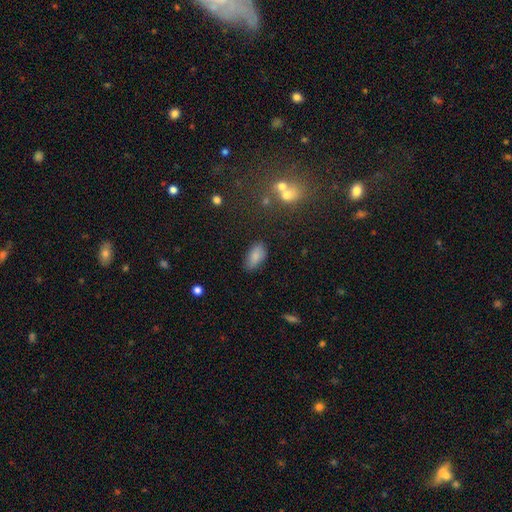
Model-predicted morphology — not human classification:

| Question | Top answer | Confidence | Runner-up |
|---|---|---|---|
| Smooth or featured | smooth | 82% | star or artifact (9%) |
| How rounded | in between | 92% | round (4%) |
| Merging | none | 77% | minor disturbance (17%) |